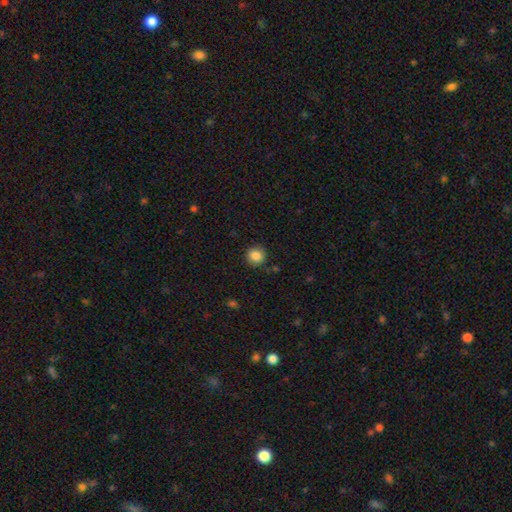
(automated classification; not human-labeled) This is clearly a smooth galaxy (86%). How rounded: clearly round (92%). Merging: clearly none (89%).